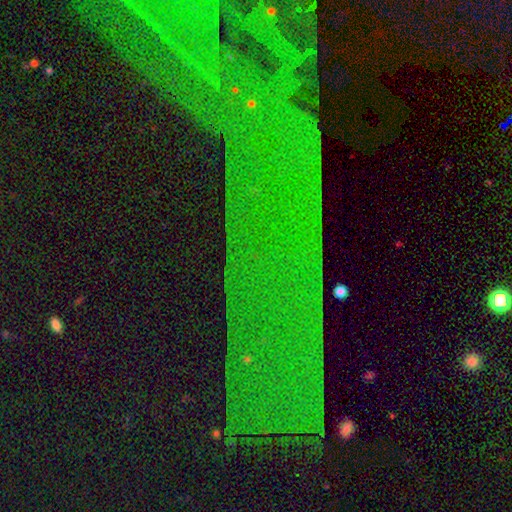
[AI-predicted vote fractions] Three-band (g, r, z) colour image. It shows a star or artifact, not a galaxy (79%).